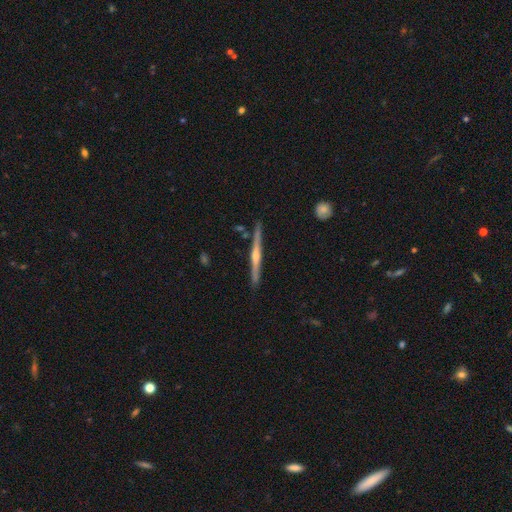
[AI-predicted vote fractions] Smooth or featured: featured or disk — 81% (smooth — 14%)
Edge-on disk: yes — 98% (no — 2%)
Edge-on bulge: rounded — 83% (none — 11%)
Merging: none — 90% (minor disturbance — 7%)